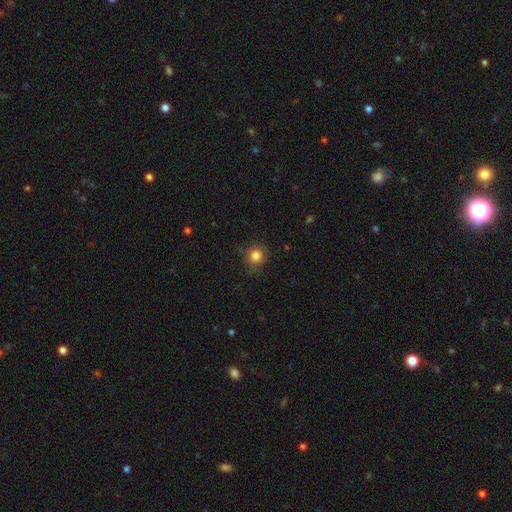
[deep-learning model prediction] A smooth galaxy with no disk features (83%) that is round (84%). Merging: none (79%).